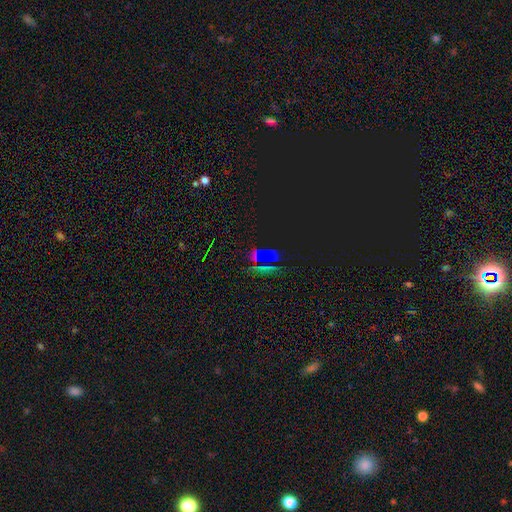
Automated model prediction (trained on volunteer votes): Smooth or featured: star or artifact — 55% (smooth — 36%)